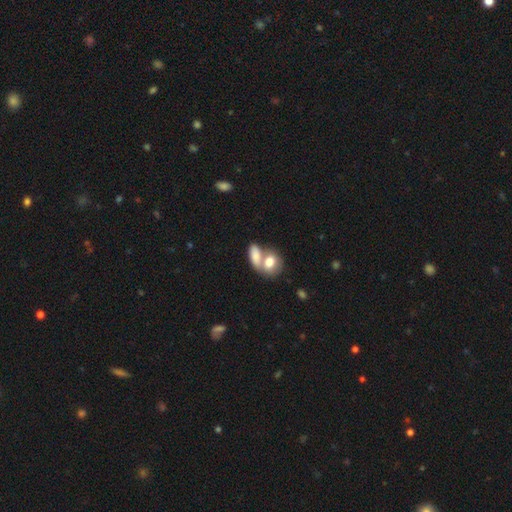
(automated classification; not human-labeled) Smooth or featured? Predicted: smooth (p=0.78). How rounded? Predicted: in between (p=0.78). Merging? Predicted: merger (p=0.64).